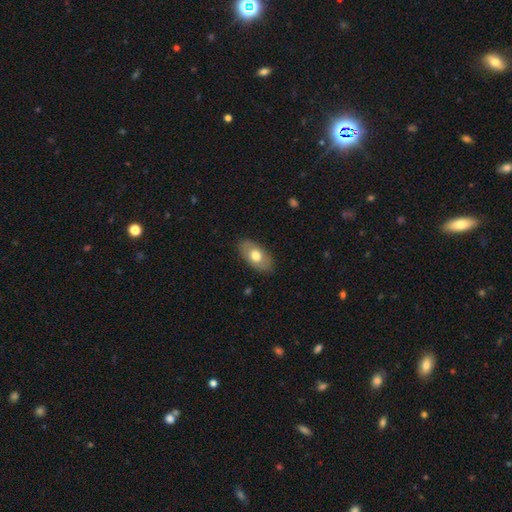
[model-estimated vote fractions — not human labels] This appears to be a smooth galaxy with no disk features (68%) that is in between round and cigar-shaped (92%). Merging: none (85%).